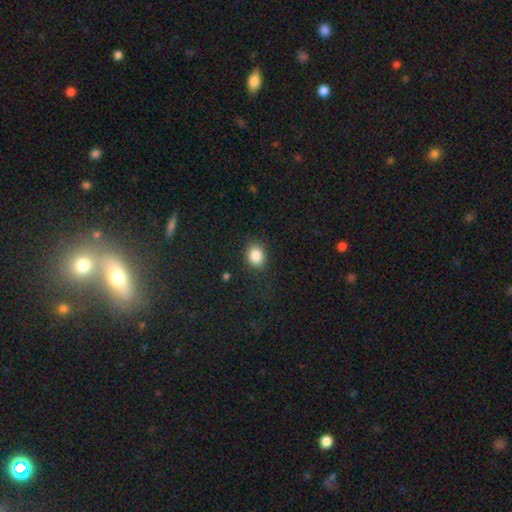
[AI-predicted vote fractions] Smooth or featured? smooth (85%)
How rounded? round (53%)
Merging? none (84%)